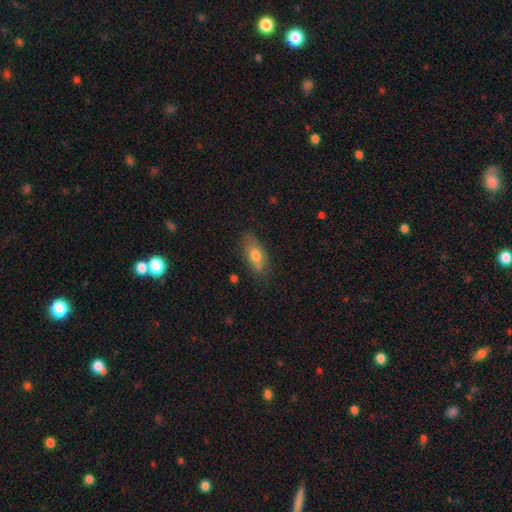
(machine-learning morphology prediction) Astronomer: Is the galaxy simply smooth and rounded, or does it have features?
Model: smooth — 70%.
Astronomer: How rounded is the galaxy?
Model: in between — 79%.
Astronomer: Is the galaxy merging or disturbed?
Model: none — 69%.